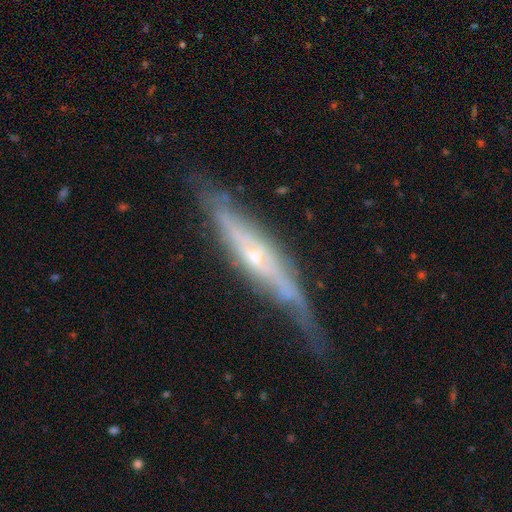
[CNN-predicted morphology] smooth-or-featured: featured or disk: 79% | smooth: 15% | star or artifact: 6%
  disk-edge-on: yes: 72% | no: 28%
    edge-on-bulge: rounded: 67% | none: 27% | boxy: 6%
  merging: none: 64% | minor disturbance: 25% | major disturbance: 9% | merger: 2%